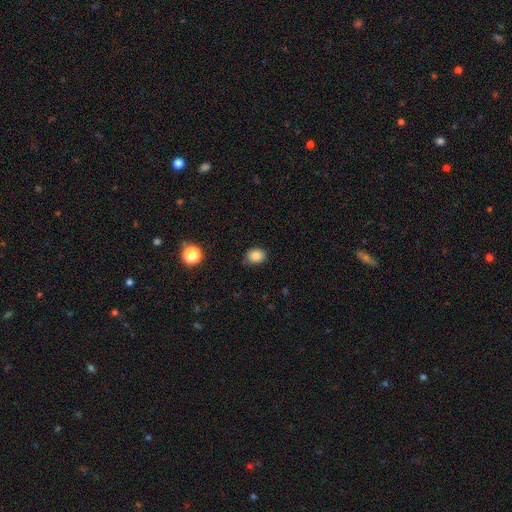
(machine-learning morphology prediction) smooth-or-featured: smooth: 84% | star or artifact: 11% | featured or disk: 5%
  how-rounded: round: 53% | in between: 46% | cigar-shaped: 1%
  merging: none: 80% | minor disturbance: 15% | major disturbance: 3% | merger: 2%